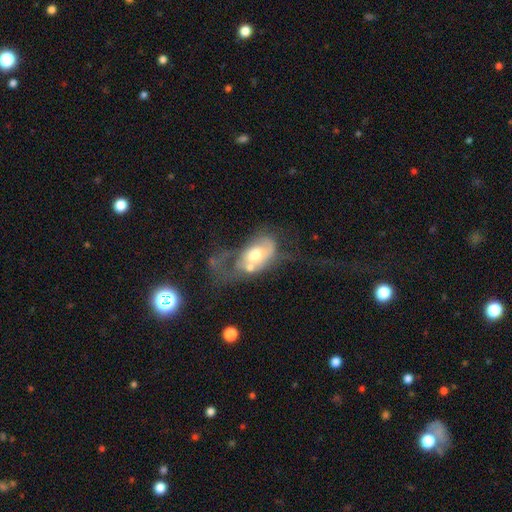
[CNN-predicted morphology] featured or disk 54%, smooth 39%, star or artifact 7%. Down the decision tree: edge-on disk — no (93%); bar — no (79%); spiral arms — no (55%); bulge size — moderate (65%); merging — major disturbance (42%).